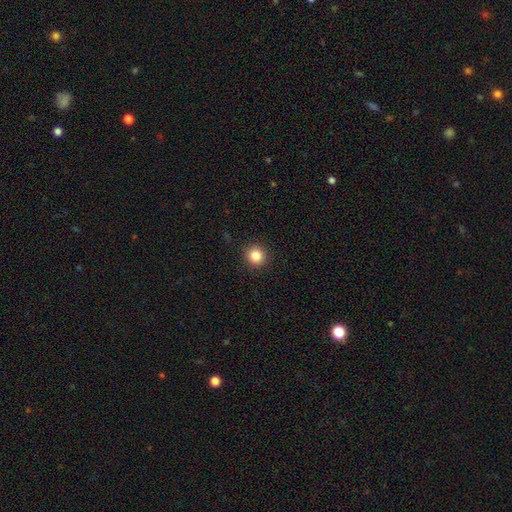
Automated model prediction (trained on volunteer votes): Smooth or featured: smooth — 85% (star or artifact — 11%)
How rounded: round — 93% (in between — 6%)
Merging: none — 92% (minor disturbance — 5%)